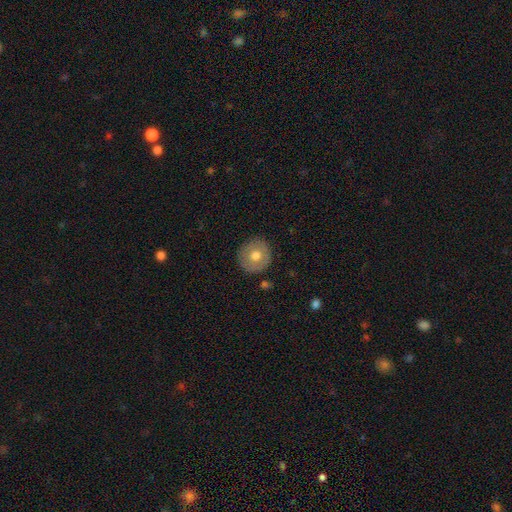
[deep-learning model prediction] smooth_or_featured: smooth (p=0.68) [alt: featured or disk p=0.24]
how_rounded: round (p=0.95) [alt: in between p=0.04]
merging: none (p=0.89) [alt: minor disturbance p=0.07]